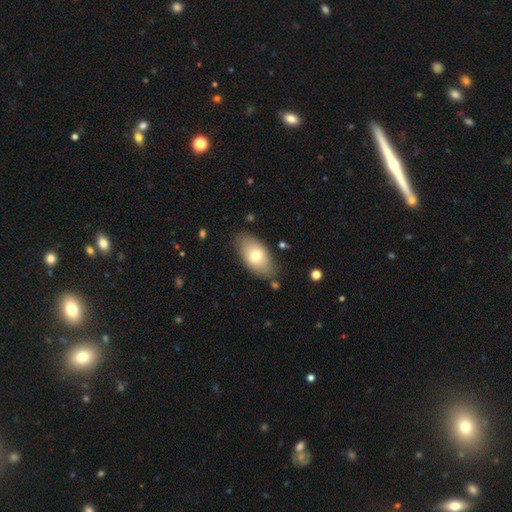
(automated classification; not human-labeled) Q: Smooth or featured?
A: smooth (74%); runner-up: featured or disk (20%)
Q: How rounded?
A: in between (93%); runner-up: round (4%)
Q: Merging?
A: none (80%); runner-up: minor disturbance (14%)